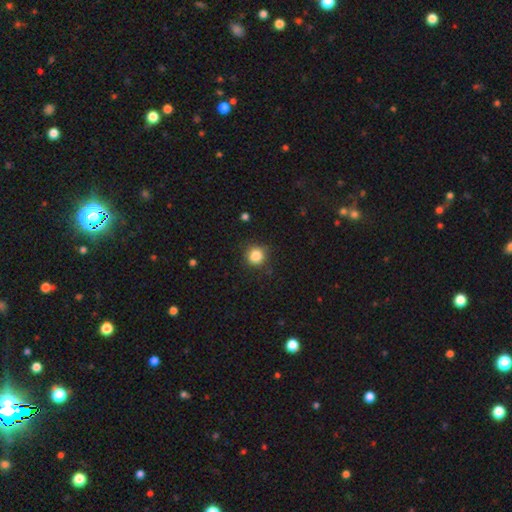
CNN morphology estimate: smooth_or_featured: smooth (p=0.84) [alt: star or artifact p=0.11]
how_rounded: round (p=0.89) [alt: in between p=0.10]
merging: none (p=0.79) [alt: minor disturbance p=0.16]